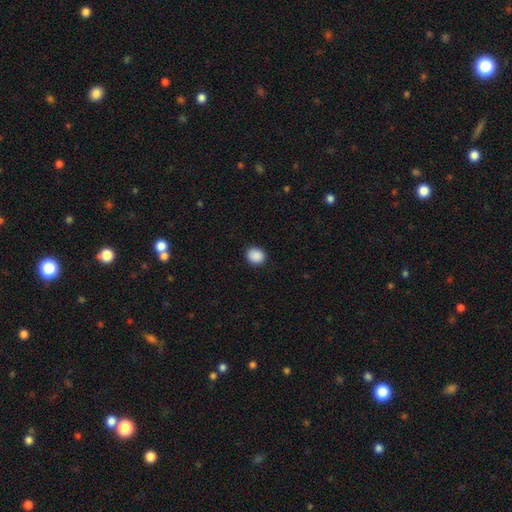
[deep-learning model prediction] Morphology: type=smooth (90%); roundness=round (72%); merging=none (90%).